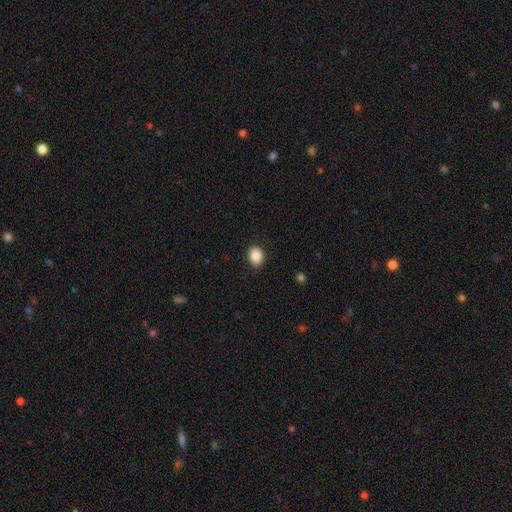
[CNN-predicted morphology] smooth_or_featured: smooth (p=0.88) [alt: star or artifact p=0.08]
how_rounded: in between (p=0.63) [alt: round p=0.36]
merging: none (p=0.89) [alt: minor disturbance p=0.08]